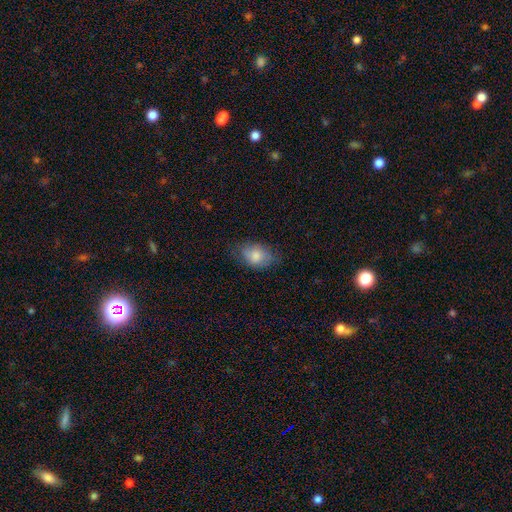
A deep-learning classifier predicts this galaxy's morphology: smooth-or-featured: smooth: 79% | featured or disk: 13% | star or artifact: 7%
  how-rounded: in between: 84% | round: 15% | cigar-shaped: 1%
  merging: none: 65% | minor disturbance: 26% | major disturbance: 7% | merger: 1%